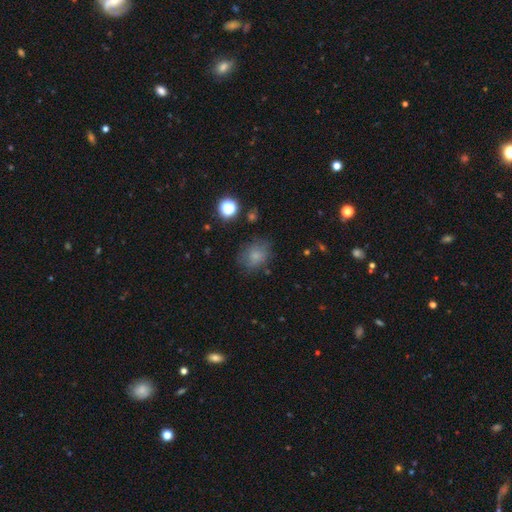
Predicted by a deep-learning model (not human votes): Morphology: type=smooth (73%); roundness=in between (51%); merging=none (68%).